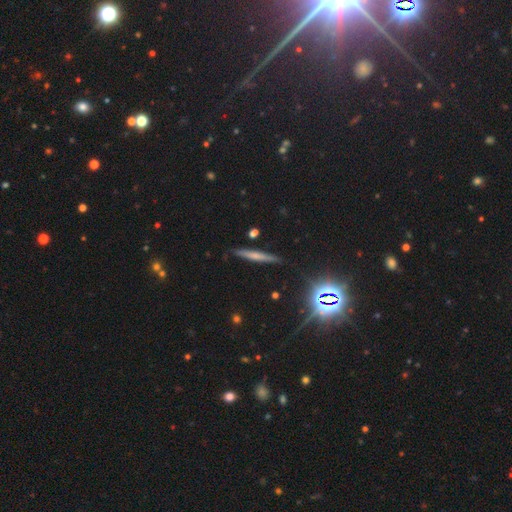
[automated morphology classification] smooth_or_featured: smooth (p=0.47) [alt: featured or disk p=0.38]
merging: none (p=0.86) [alt: minor disturbance p=0.10]